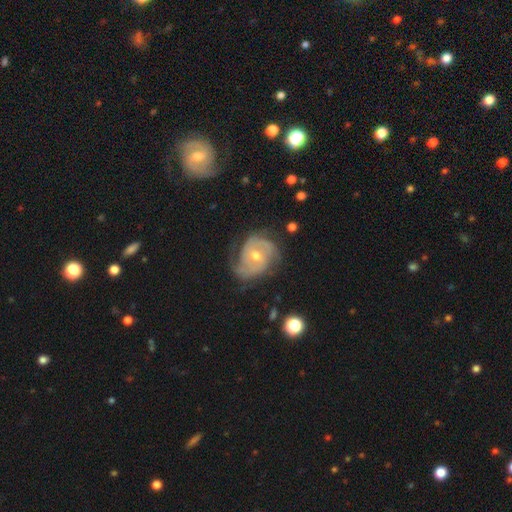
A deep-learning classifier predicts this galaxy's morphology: featured or disk 83%, smooth 11%, star or artifact 6%. Down the decision tree: edge-on disk — no (97%); bar — no (64%); spiral arms — yes (93%); spiral arm count — 2 (44%); spiral winding — tight (51%); bulge size — moderate (58%); merging — none (61%).